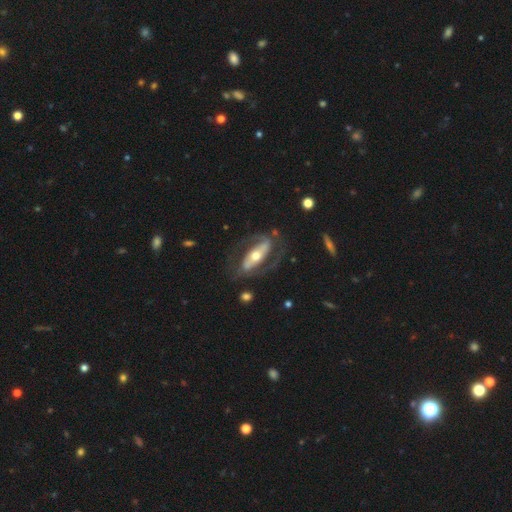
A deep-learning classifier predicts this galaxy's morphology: This is clearly a featured or disk galaxy (80%). It is clearly not viewed edge-on (89%). Bar: possibly strong (55%). Spiral arm pattern: clearly yes (80%). Spiral arm count: clearly 2 (84%). Spiral winding: marginally medium (44%). Central bulge: likely moderate (63%). Merging: likely none (66%).